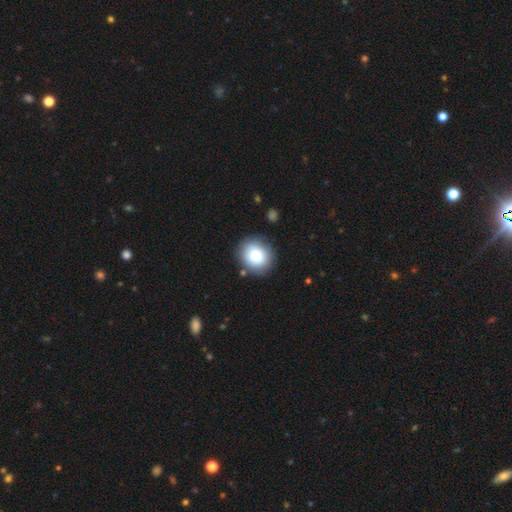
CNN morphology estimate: Smooth or featured: smooth — 84% (featured or disk — 8%)
How rounded: round — 75% (in between — 24%)
Merging: none — 83% (minor disturbance — 11%)